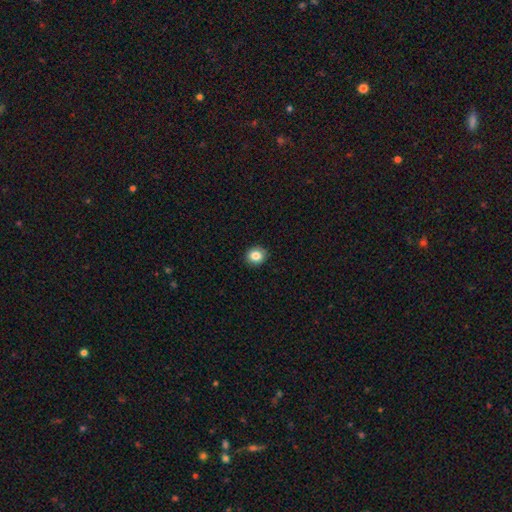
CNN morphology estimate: Overall: smooth (83%). How rounded: round (81%). Merging: none (90%).